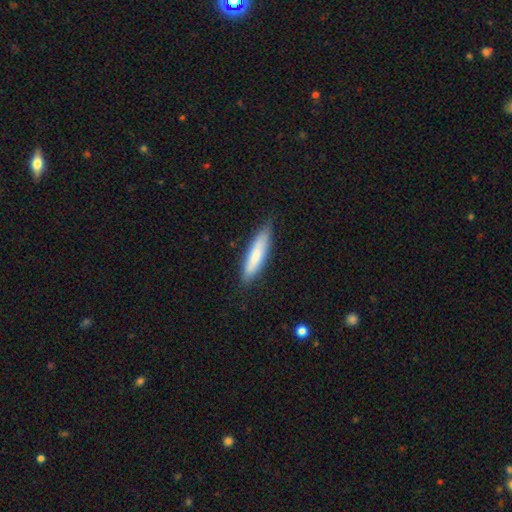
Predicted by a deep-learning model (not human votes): Smooth or featured? Predicted: smooth (p=0.74). How rounded? Predicted: cigar-shaped (p=0.75). Merging? Predicted: none (p=0.78).